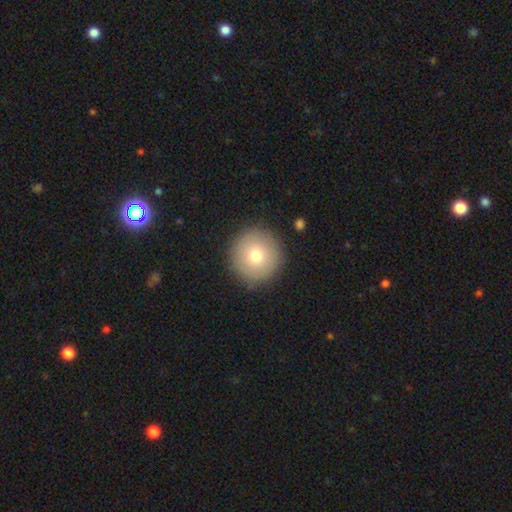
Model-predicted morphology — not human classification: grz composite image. It shows a smooth galaxy with no disk features (74%) that is round (95%). Merging: none (90%).